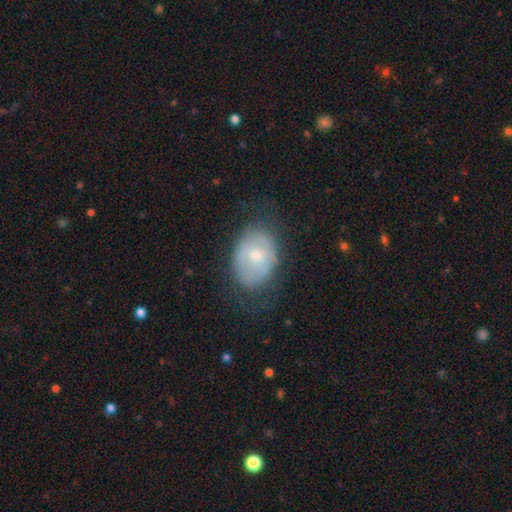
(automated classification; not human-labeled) The model was most divided on "smooth or featured": smooth: 54%, featured or disk: 38%, star or artifact: 8%. More confident: how rounded — in between (72%); merging — none (66%).